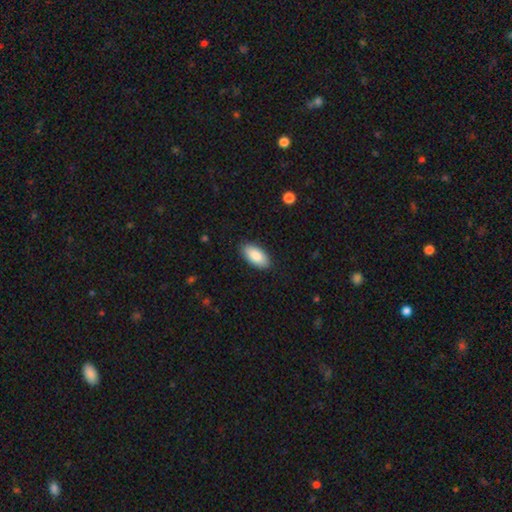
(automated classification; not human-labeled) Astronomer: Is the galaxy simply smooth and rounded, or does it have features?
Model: smooth — 88%.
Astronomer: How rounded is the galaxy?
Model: in between — 94%.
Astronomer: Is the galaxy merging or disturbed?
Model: none — 87%.